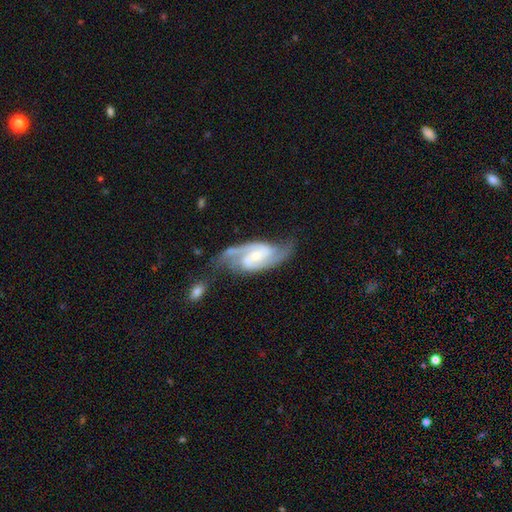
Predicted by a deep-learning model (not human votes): Smooth or featured? Predicted: featured or disk (p=0.90). Edge-on disk? Predicted: no (p=0.97). Bar? Predicted: weak (p=0.47). Spiral arms? Predicted: yes (p=0.98). Spiral winding? Predicted: medium (p=0.57). Spiral arm count? Predicted: 2 (p=0.92). Bulge size? Predicted: small (p=0.48). Merging? Predicted: none (p=0.68).